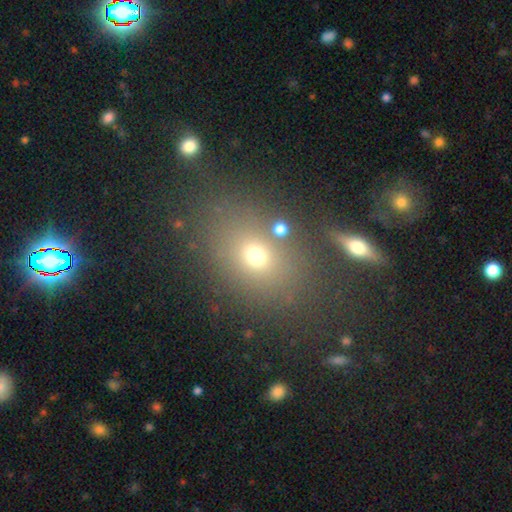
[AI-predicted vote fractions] Overall: smooth (67%). How rounded: in between (55%; round 43%). Merging: none (73%).